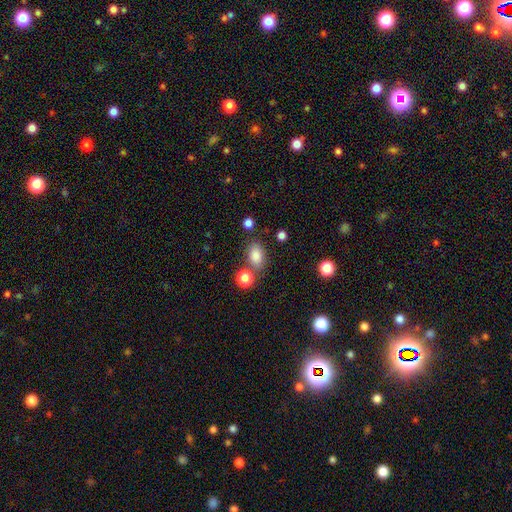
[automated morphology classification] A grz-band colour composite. It shows a smooth galaxy with no disk features (83%) that is in between round and cigar-shaped (80%). Merging: none (72%).